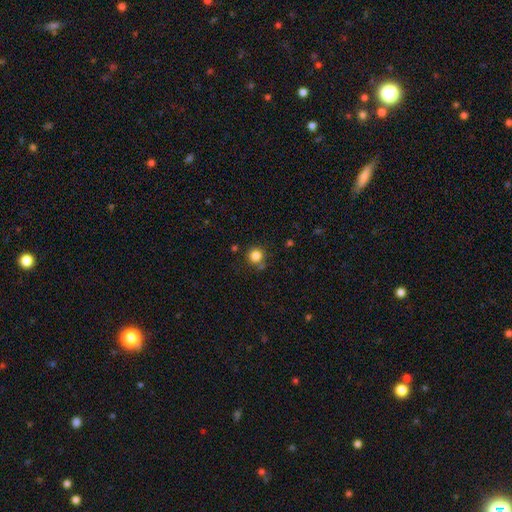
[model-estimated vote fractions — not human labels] Smooth or featured: smooth — 84% (star or artifact — 12%)
How rounded: round — 94% (in between — 5%)
Merging: none — 83% (minor disturbance — 9%)